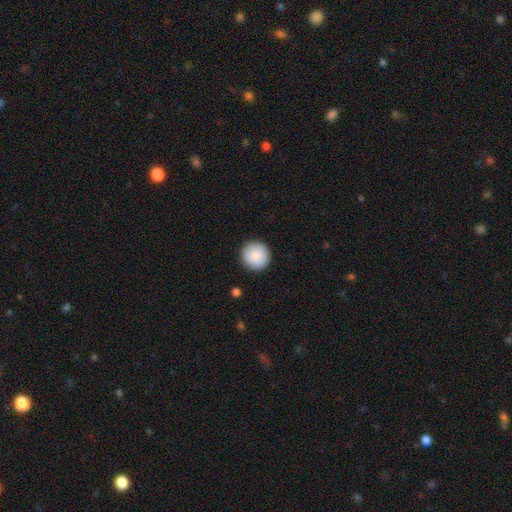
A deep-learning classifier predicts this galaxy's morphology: smooth 89%, star or artifact 7%, featured or disk 4%. Down the decision tree: how rounded — round (95%); merging — none (92%).